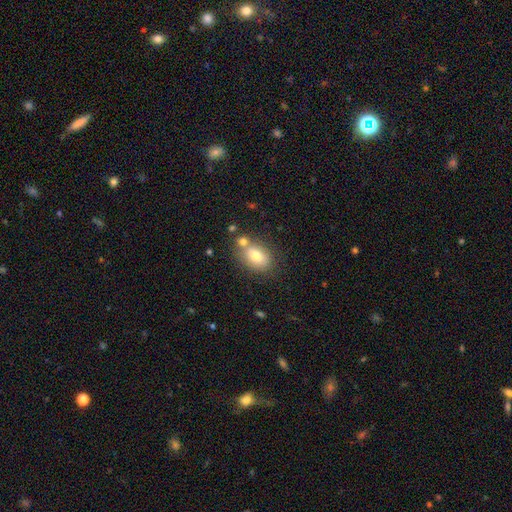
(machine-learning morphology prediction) This is likely a smooth galaxy (75%). How rounded: likely in between (77%). Merging: likely none (63%).